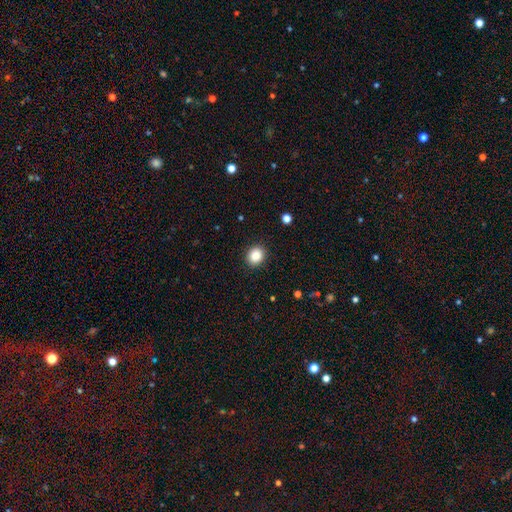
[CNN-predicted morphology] This appears to be a smooth galaxy with no disk features (87%) that is round (71%). Merging: none (91%).